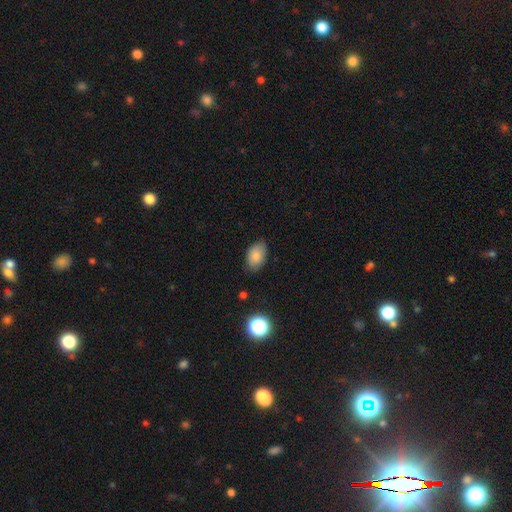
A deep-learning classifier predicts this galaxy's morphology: Smooth or featured? smooth (84%)
How rounded? in between (88%)
Merging? none (80%)